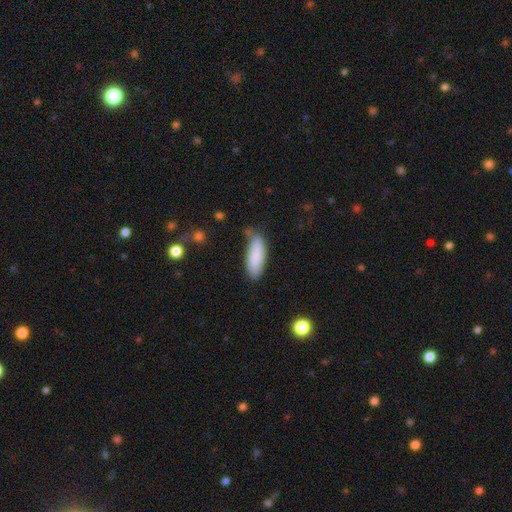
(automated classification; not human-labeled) Smooth or featured? Predicted: smooth (p=0.86). How rounded? Predicted: in between (p=0.60). Merging? Predicted: none (p=0.68).